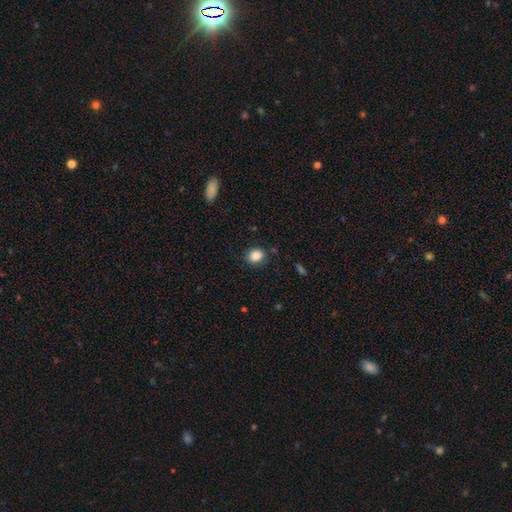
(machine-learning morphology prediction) Smooth or featured?
  - smooth: 87% *
  - star or artifact: 10%
  - featured or disk: 4%
How rounded?
  - round: 61% *
  - in between: 38%
  - cigar-shaped: 1%
Merging?
  - none: 83% *
  - minor disturbance: 12%
  - major disturbance: 3%
  - merger: 2%